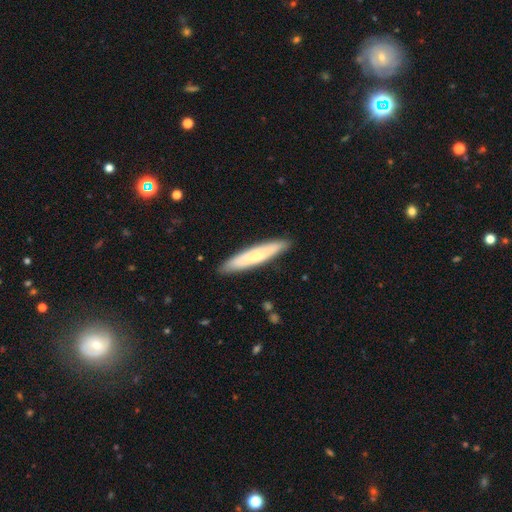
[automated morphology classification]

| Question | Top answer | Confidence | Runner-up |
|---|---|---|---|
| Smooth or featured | smooth | 64% | featured or disk (31%) |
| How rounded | cigar-shaped | 88% | in between (10%) |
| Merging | none | 89% | minor disturbance (8%) |